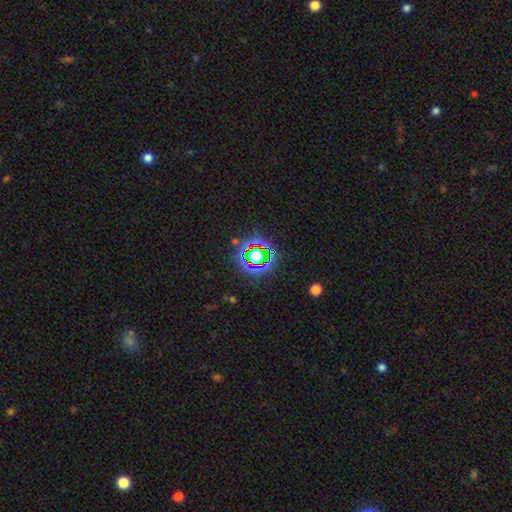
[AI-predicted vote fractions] The model was most divided on "smooth or featured": star or artifact: 67%, smooth: 21%, featured or disk: 12%.